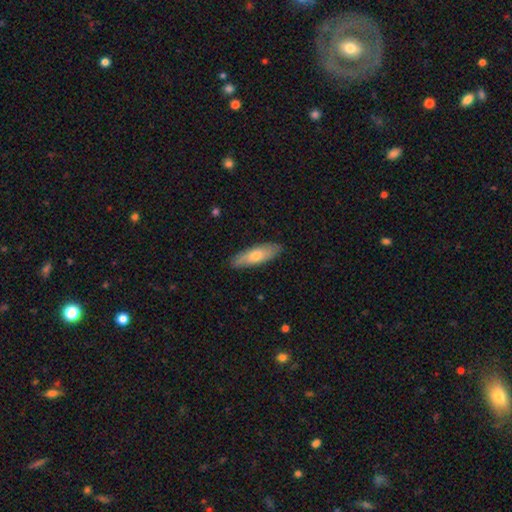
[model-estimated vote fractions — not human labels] smooth-or-featured: smooth: 66% | featured or disk: 28% | star or artifact: 5%
  how-rounded: in between: 50% | cigar-shaped: 48% | round: 2%
  merging: none: 85% | minor disturbance: 12% | major disturbance: 2% | merger: 1%